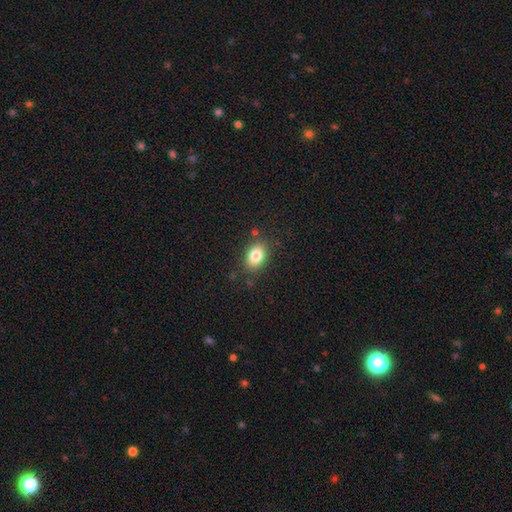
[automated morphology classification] smooth-or-featured: smooth: 82% | star or artifact: 9% | featured or disk: 9%
  how-rounded: in between: 82% | round: 17% | cigar-shaped: 1%
  merging: none: 83% | minor disturbance: 12% | major disturbance: 3% | merger: 2%